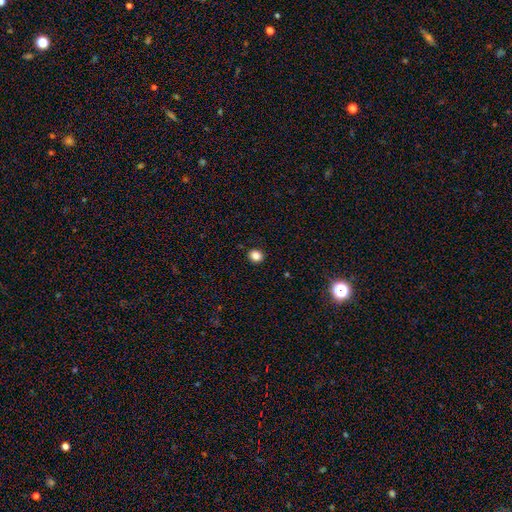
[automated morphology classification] smooth-or-featured: smooth: 84% | star or artifact: 11% | featured or disk: 4%
  how-rounded: round: 80% | in between: 20% | cigar-shaped: 1%
  merging: none: 92% | minor disturbance: 5% | major disturbance: 2% | merger: 1%